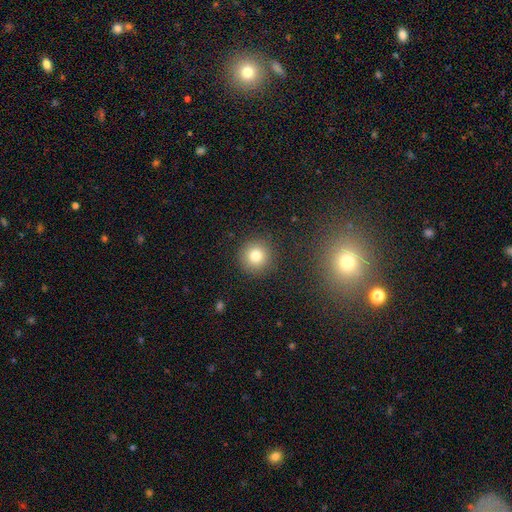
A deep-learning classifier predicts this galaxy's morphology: smooth 79%, star or artifact 12%, featured or disk 8%. Down the decision tree: how rounded — round (94%); merging — none (90%).